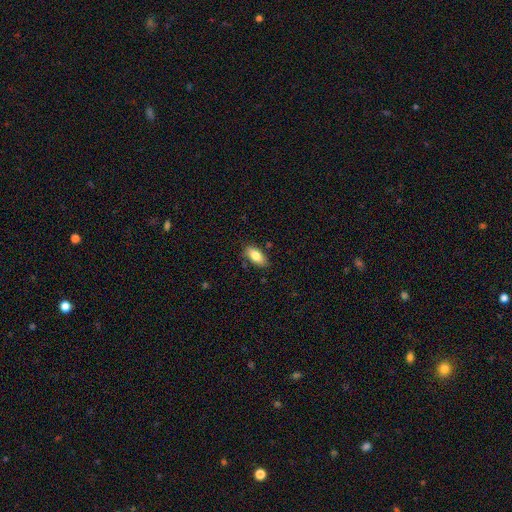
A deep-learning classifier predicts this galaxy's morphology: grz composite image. It shows a smooth galaxy with no disk features (82%) that is in between round and cigar-shaped (90%). Merging: none (80%).